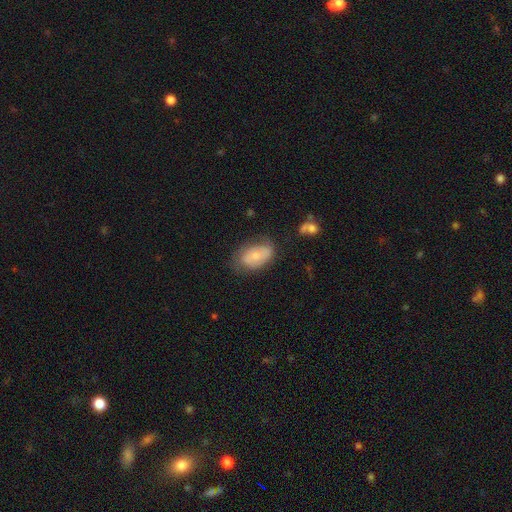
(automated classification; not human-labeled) Morphology: type=smooth (57%); roundness=in between (89%); merging=none (59%).